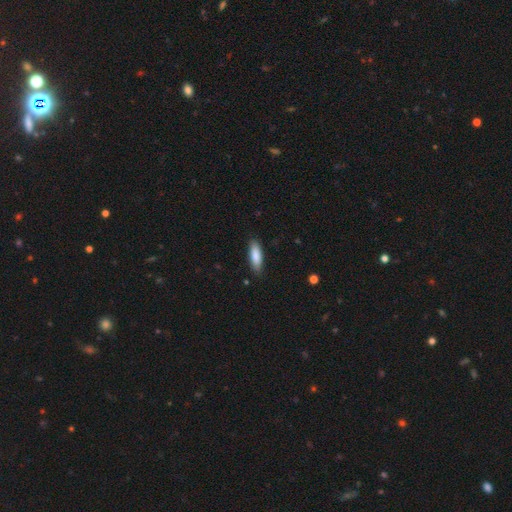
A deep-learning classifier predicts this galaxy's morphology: Q: Smooth or featured?
A: smooth (84%); runner-up: featured or disk (10%)
Q: How rounded?
A: in between (55%); runner-up: cigar-shaped (43%)
Q: Merging?
A: none (86%); runner-up: minor disturbance (11%)